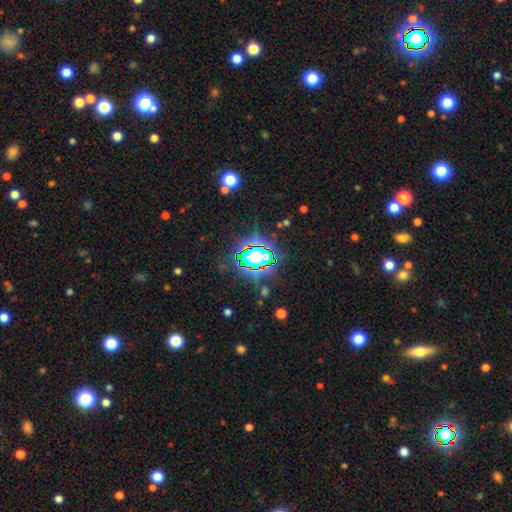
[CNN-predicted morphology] Smooth or featured? star or artifact (70%)